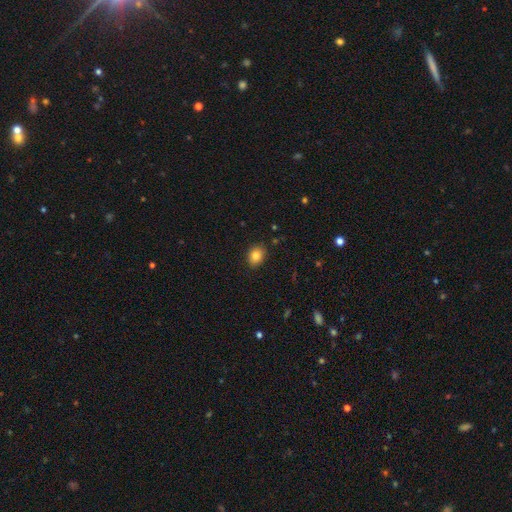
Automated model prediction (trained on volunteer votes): smooth 84%, star or artifact 10%, featured or disk 6%. Down the decision tree: how rounded — round (51%); merging — none (88%).